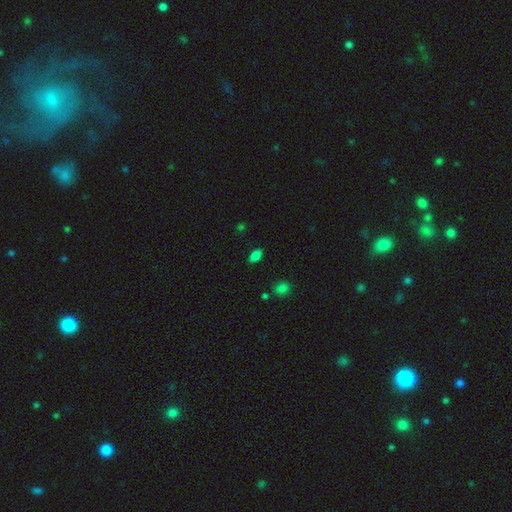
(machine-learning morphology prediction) smooth-or-featured: smooth: 82% | star or artifact: 13% | featured or disk: 5%
  how-rounded: in between: 90% | round: 7% | cigar-shaped: 3%
  merging: none: 85% | minor disturbance: 11% | major disturbance: 2% | merger: 2%